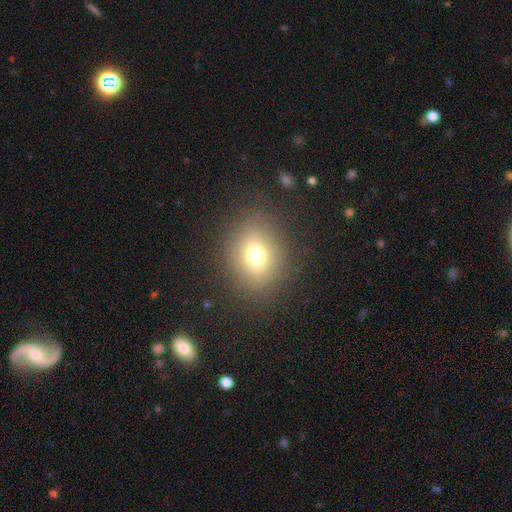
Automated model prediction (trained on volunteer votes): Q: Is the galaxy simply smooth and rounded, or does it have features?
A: smooth — 72%.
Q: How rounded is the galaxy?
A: round — 58%.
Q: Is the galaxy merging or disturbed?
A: none — 85%.